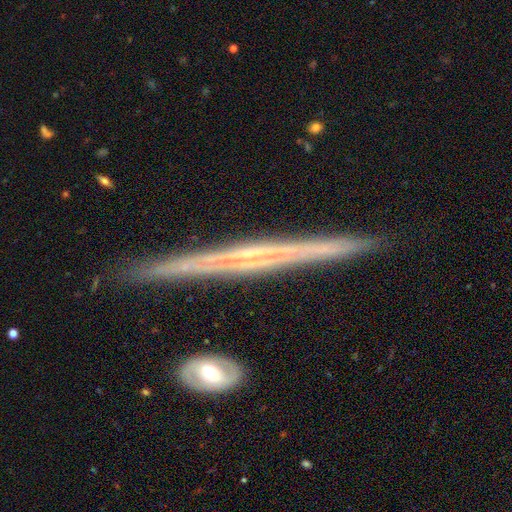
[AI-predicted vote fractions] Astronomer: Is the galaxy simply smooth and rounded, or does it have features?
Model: featured or disk — 78%.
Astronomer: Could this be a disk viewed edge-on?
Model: yes — 97%.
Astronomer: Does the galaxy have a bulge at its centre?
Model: none — 65%.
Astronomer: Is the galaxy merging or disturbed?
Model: none — 88%.